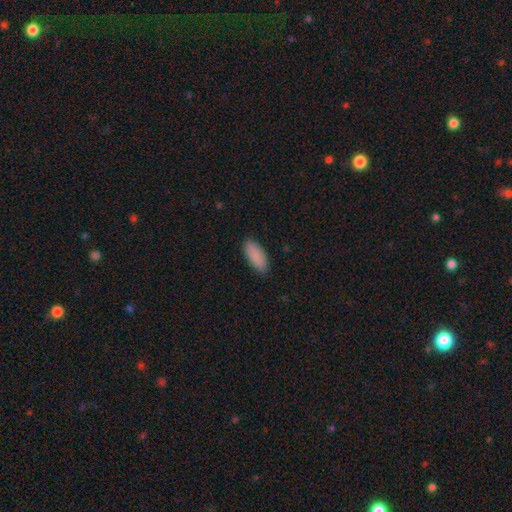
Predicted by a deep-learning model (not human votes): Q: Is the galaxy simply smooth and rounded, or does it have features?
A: smooth — 90%.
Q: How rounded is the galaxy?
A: in between — 87%.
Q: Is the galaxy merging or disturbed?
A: none — 88%.